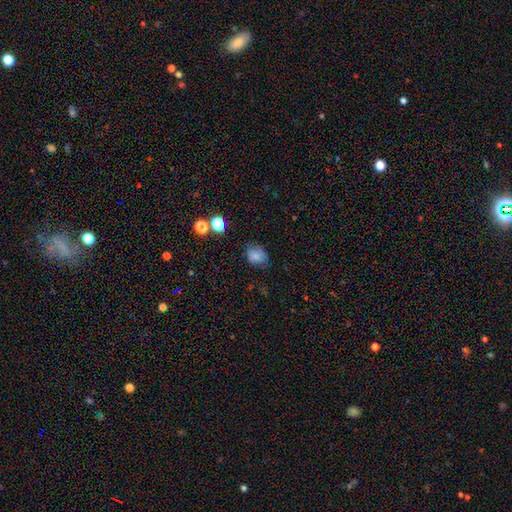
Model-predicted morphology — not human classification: smooth-or-featured: smooth: 76% | featured or disk: 12% | star or artifact: 12%
  how-rounded: in between: 54% | round: 45% | cigar-shaped: 1%
  merging: none: 63% | minor disturbance: 26% | major disturbance: 8% | merger: 2%